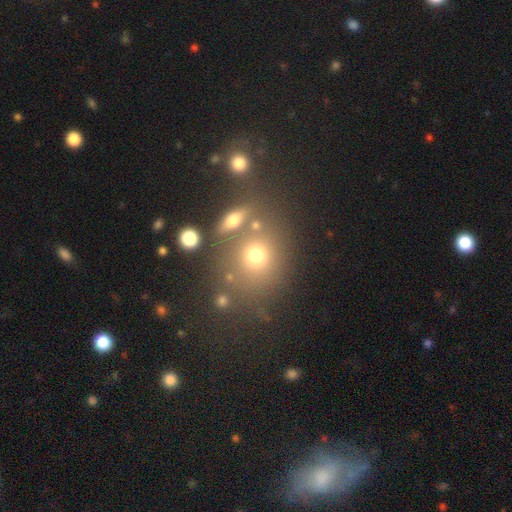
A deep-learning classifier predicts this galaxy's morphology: Q: Smooth or featured?
A: smooth (69%); runner-up: star or artifact (17%)
Q: How rounded?
A: round (77%); runner-up: in between (21%)
Q: Merging?
A: none (65%); runner-up: merger (18%)